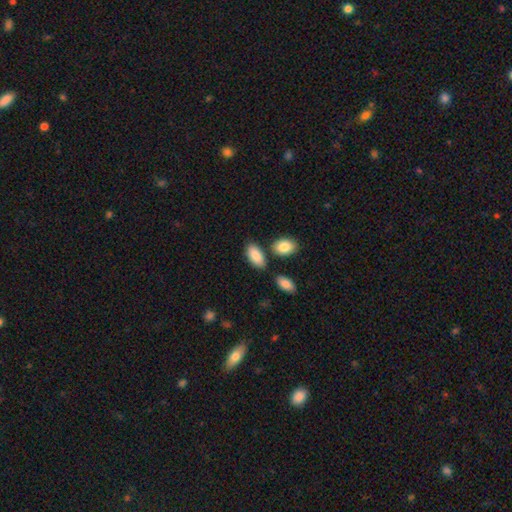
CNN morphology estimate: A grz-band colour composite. It shows a smooth galaxy with no disk features (87%) that is in between round and cigar-shaped (93%). Merging: none (72%).